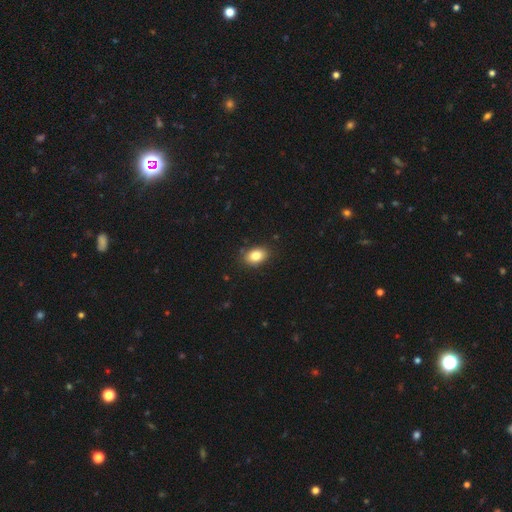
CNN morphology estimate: Overall: smooth (85%). How rounded: in between (81%). Merging: none (86%).